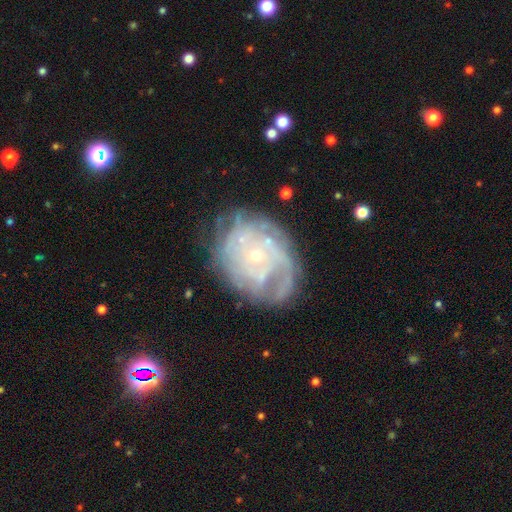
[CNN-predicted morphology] This is likely a featured or disk galaxy (80%). It is clearly not viewed edge-on (97%). Bar: clearly no (82%). Spiral arm pattern: clearly yes (83%). Spiral arm count: possibly can't tell (47%). Spiral winding: likely tight (65%). Central bulge: clearly small (81%). Merging: likely none (61%).